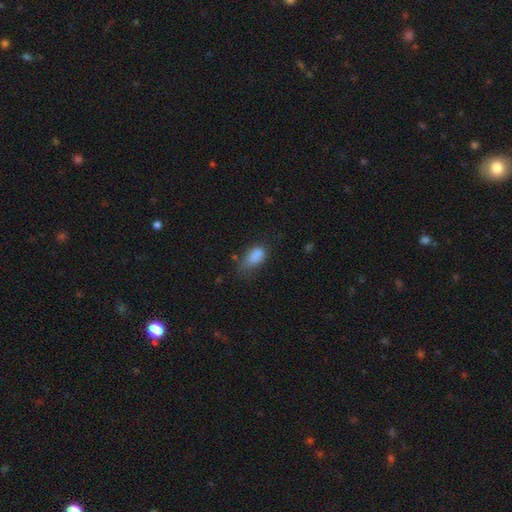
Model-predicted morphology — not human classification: type=smooth (83%); roundness=in between (89%); merging=none (40%).